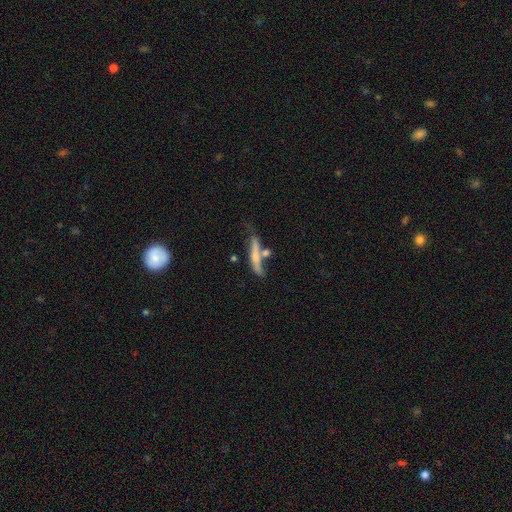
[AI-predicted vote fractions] smooth_or_featured: smooth (p=0.51) [alt: featured or disk p=0.42]
how_rounded: cigar-shaped (p=0.86) [alt: in between p=0.11]
merging: none (p=0.44) [alt: merger p=0.25]